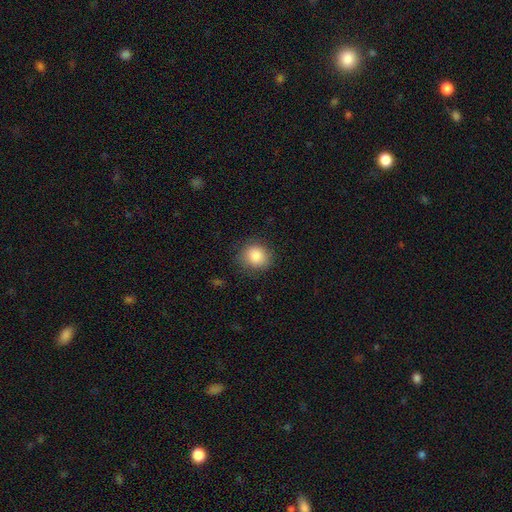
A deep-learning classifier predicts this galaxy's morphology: Overall: smooth (87%). How rounded: round (79%). Merging: none (80%).